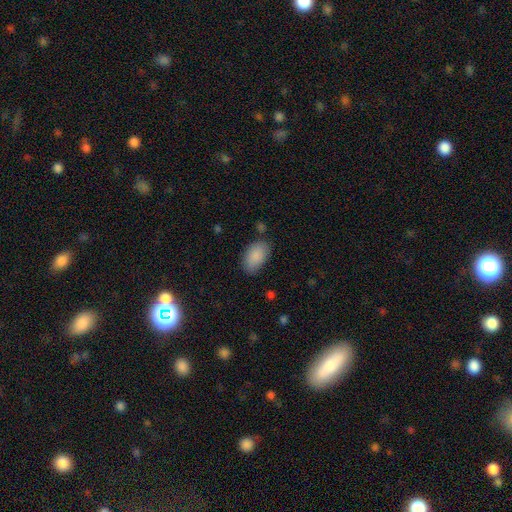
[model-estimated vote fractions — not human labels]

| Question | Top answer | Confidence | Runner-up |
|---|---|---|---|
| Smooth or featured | smooth | 89% | star or artifact (6%) |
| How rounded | in between | 93% | round (5%) |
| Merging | none | 76% | minor disturbance (18%) |